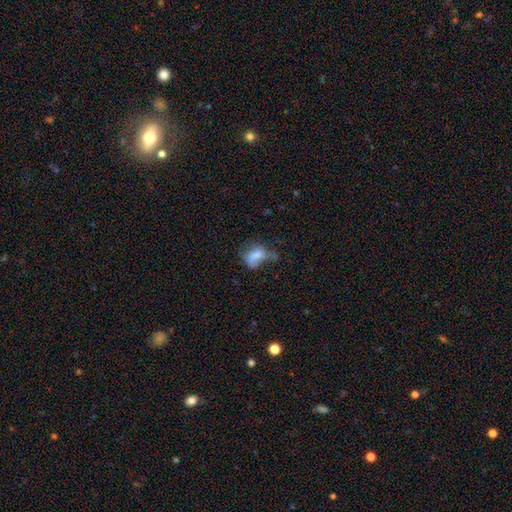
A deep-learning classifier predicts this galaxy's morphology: Smooth or featured? smooth (59%)
How rounded? in between (76%)
Merging? major disturbance (42%)